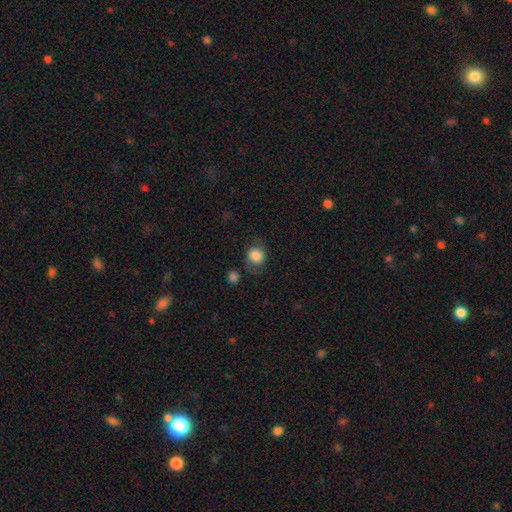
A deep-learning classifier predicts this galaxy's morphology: Smooth or featured: smooth — 82% (featured or disk — 10%)
How rounded: round — 73% (in between — 26%)
Merging: none — 66% (minor disturbance — 20%)